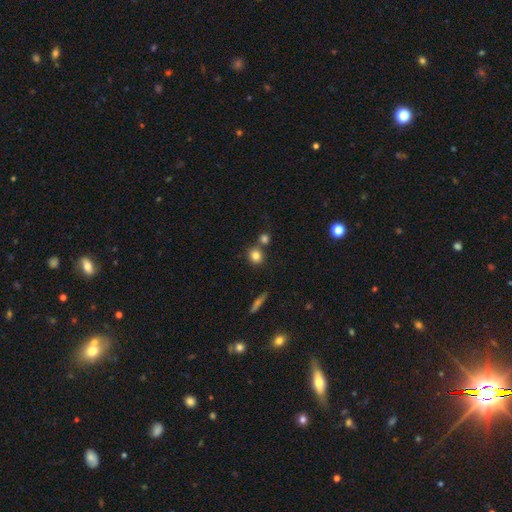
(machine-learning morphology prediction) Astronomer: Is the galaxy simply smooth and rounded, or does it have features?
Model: smooth — 82%.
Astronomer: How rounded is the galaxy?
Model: round — 85%.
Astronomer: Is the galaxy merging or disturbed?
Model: none — 66%.